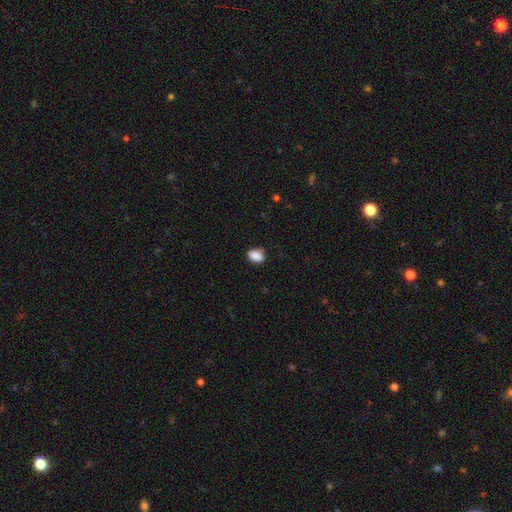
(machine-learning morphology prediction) type=smooth (88%); roundness=in between (74%); merging=none (76%).